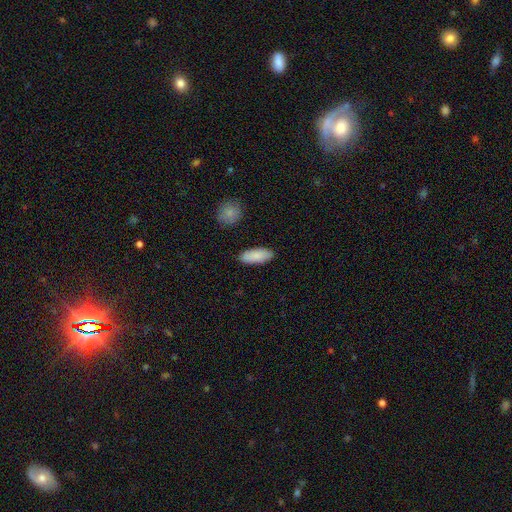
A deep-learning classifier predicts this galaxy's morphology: Smooth or featured? smooth (87%)
How rounded? in between (80%)
Merging? none (87%)